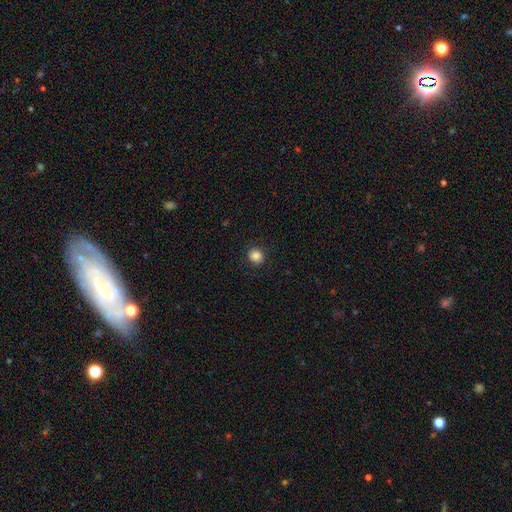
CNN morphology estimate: A smooth galaxy with no disk features (85%) that is round (84%).

Vote fractions:
- Smooth or featured? smooth: 85% / star or artifact: 10% / featured or disk: 4%
- How rounded? round: 84% / in between: 15% / cigar-shaped: 1%
- Merging? none: 89% / minor disturbance: 8% / major disturbance: 3% / merger: 1%